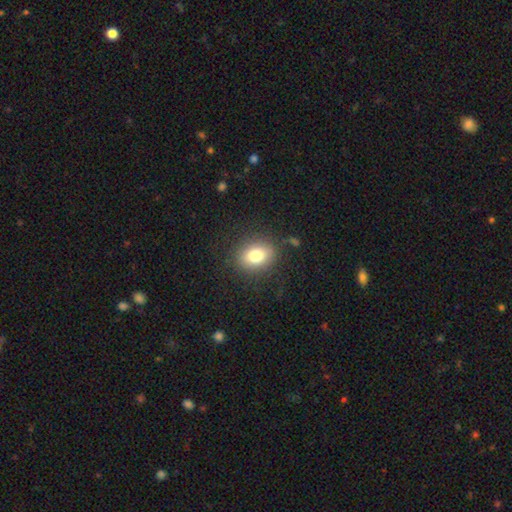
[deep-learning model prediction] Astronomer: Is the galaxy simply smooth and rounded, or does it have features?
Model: smooth — 79%.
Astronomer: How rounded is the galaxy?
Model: in between — 60% (runner-up: round, 39%).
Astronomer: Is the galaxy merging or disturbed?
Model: none — 84%.